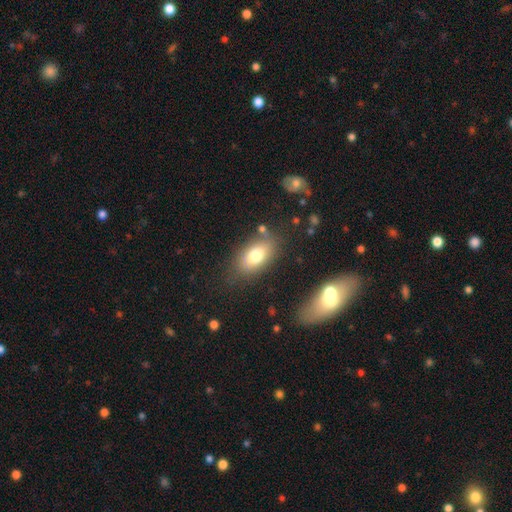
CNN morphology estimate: Smooth or featured? Predicted: smooth (p=0.76). How rounded? Predicted: in between (p=0.89). Merging? Predicted: none (p=0.74).